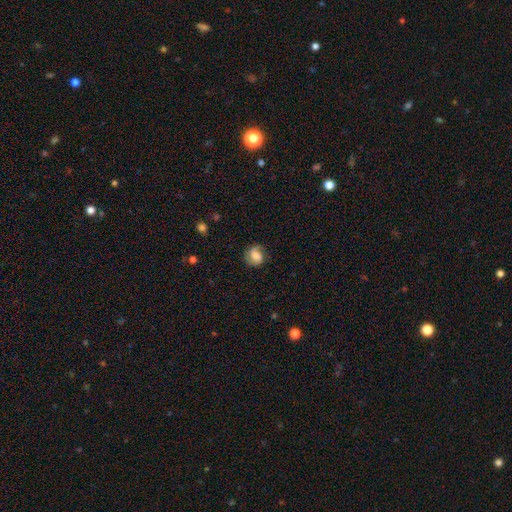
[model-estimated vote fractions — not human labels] smooth-or-featured: smooth: 51% | featured or disk: 40% | star or artifact: 9%
  how-rounded: round: 72% | in between: 27% | cigar-shaped: 1%
  merging: none: 68% | minor disturbance: 21% | major disturbance: 10% | merger: 2%